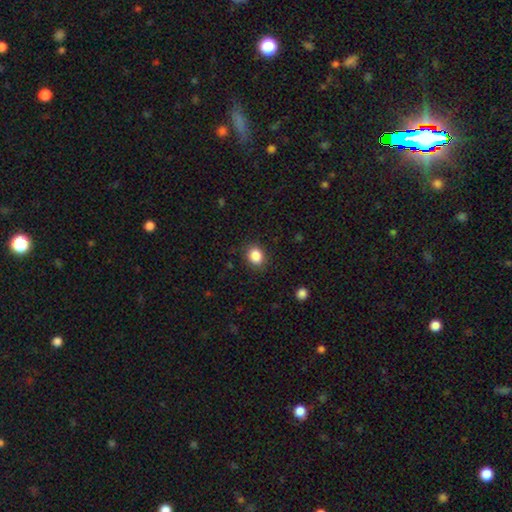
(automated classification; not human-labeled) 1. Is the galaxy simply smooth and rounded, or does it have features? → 87% smooth, 9% star or artifact, 4% featured or disk.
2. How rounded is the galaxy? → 56% round, 43% in between, 1% cigar-shaped.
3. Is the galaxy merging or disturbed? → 87% none, 9% minor disturbance, 3% major disturbance, 1% merger.